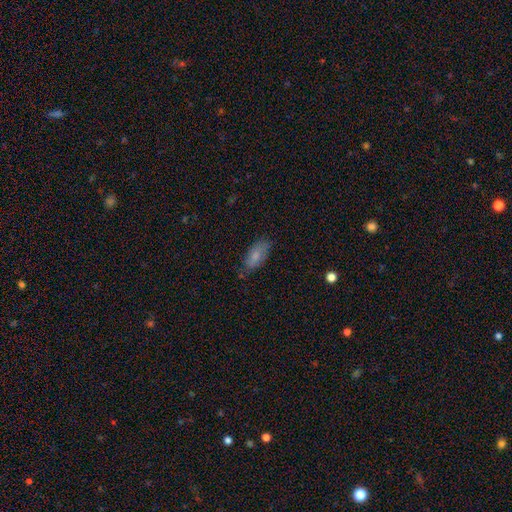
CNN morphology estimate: smooth-or-featured: smooth: 74% | featured or disk: 18% | star or artifact: 7%
  how-rounded: in between: 84% | cigar-shaped: 14% | round: 2%
  merging: none: 70% | minor disturbance: 23% | major disturbance: 5% | merger: 2%